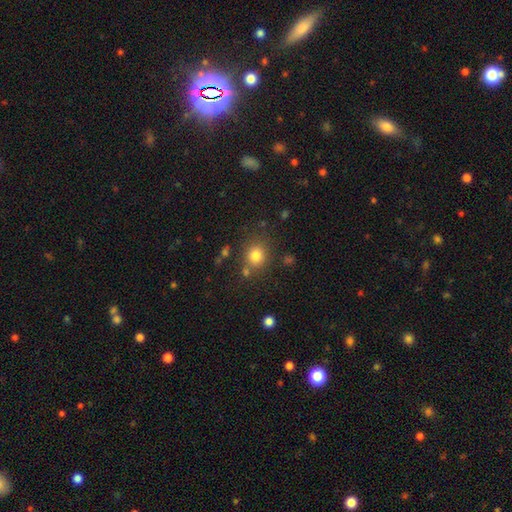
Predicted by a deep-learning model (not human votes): Q: Smooth or featured?
A: smooth (80%); runner-up: star or artifact (13%)
Q: How rounded?
A: round (79%); runner-up: in between (21%)
Q: Merging?
A: none (76%); runner-up: minor disturbance (11%)